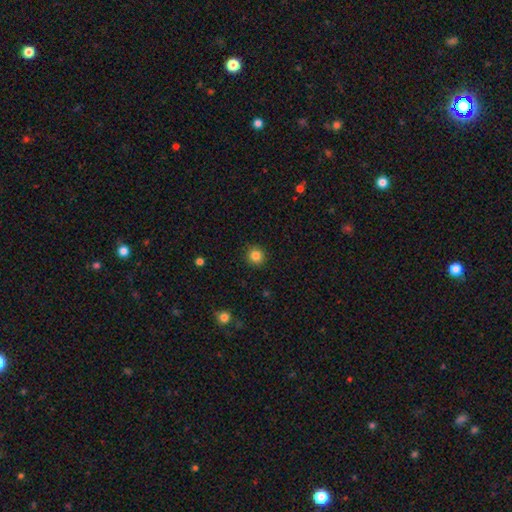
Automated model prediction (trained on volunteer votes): The model was most divided on "smooth or featured": smooth: 84%, star or artifact: 11%, featured or disk: 5%. More confident: how rounded — round (93%); merging — none (91%).